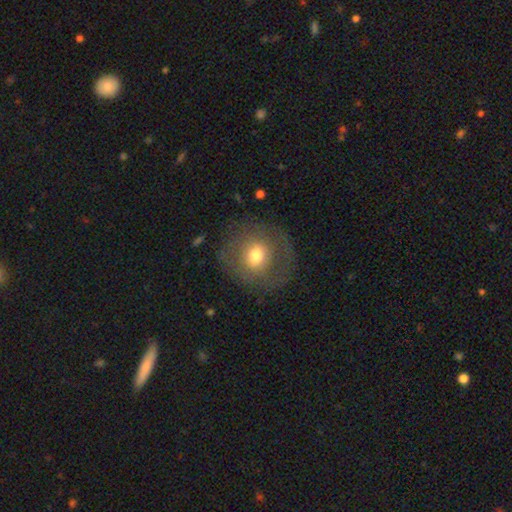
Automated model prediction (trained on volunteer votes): This appears to be a smooth galaxy with no disk features (56%) that is round (84%). Merging: none (76%).